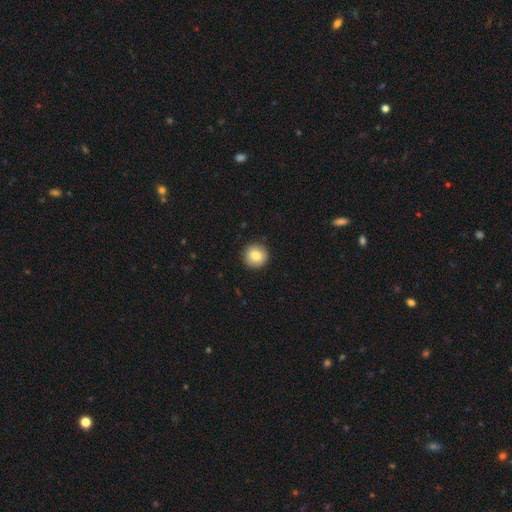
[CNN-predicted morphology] Q: Smooth or featured?
A: smooth (84%); runner-up: star or artifact (8%)
Q: How rounded?
A: round (93%); runner-up: in between (6%)
Q: Merging?
A: none (90%); runner-up: minor disturbance (7%)